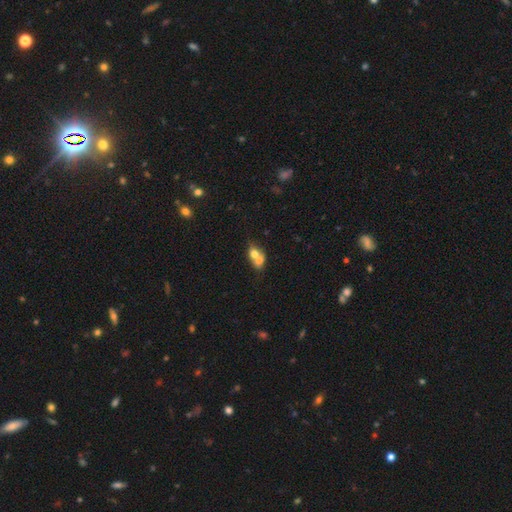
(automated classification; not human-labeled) smooth-or-featured: smooth: 64% | featured or disk: 26% | star or artifact: 10%
  how-rounded: in between: 54% | round: 43% | cigar-shaped: 3%
  merging: merger: 70% | none: 19% | minor disturbance: 7% | major disturbance: 5%